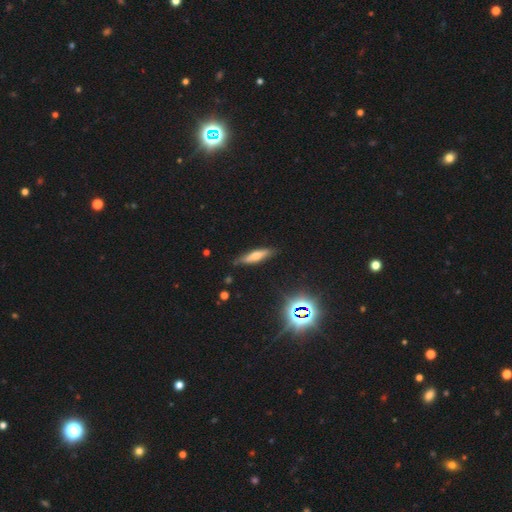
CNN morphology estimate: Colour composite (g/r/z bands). It shows a smooth galaxy with no disk features (55%) that is cigar-shaped (70%). Merging: none (82%).